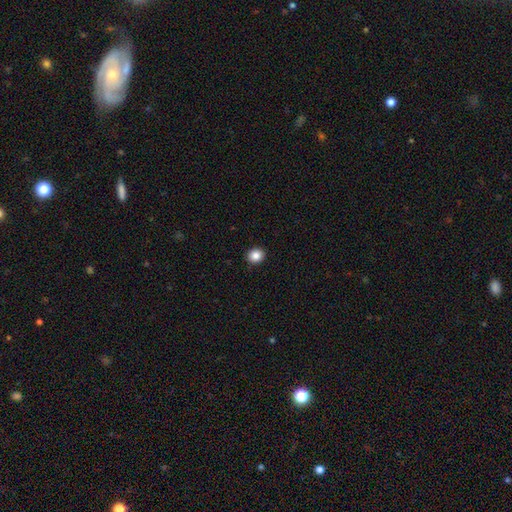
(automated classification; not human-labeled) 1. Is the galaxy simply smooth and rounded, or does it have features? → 86% smooth, 10% star or artifact, 4% featured or disk.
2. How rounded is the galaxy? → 78% round, 22% in between, 1% cigar-shaped.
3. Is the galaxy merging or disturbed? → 92% none, 5% minor disturbance, 2% major disturbance, 1% merger.